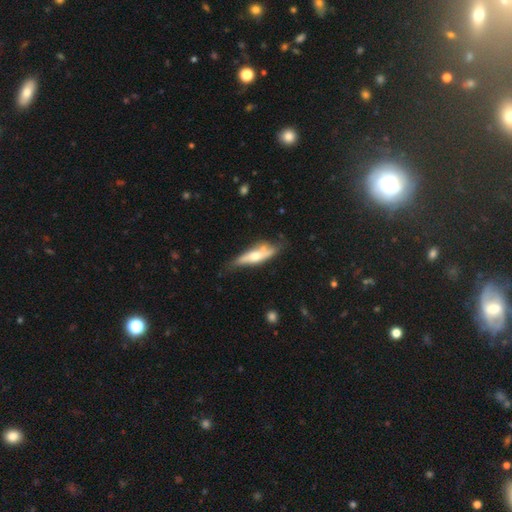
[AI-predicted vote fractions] featured or disk 49%, smooth 45%, star or artifact 6%. Down the decision tree: merging — none (53%).